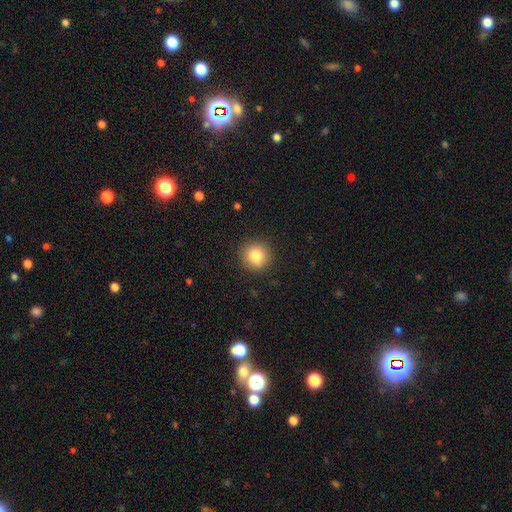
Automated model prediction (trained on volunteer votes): Morphology: type=smooth (82%); roundness=round (92%); merging=none (90%).